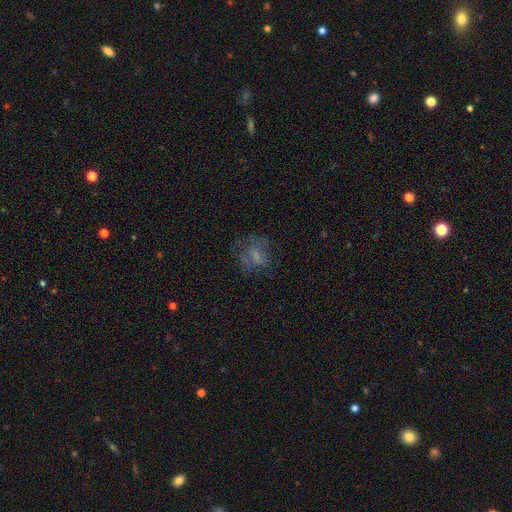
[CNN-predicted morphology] A smooth galaxy with no disk features (50%).

Vote fractions:
- Smooth or featured? smooth: 50% / featured or disk: 34% / star or artifact: 16%
- Merging? none: 53% / major disturbance: 25% / minor disturbance: 20% / merger: 2%